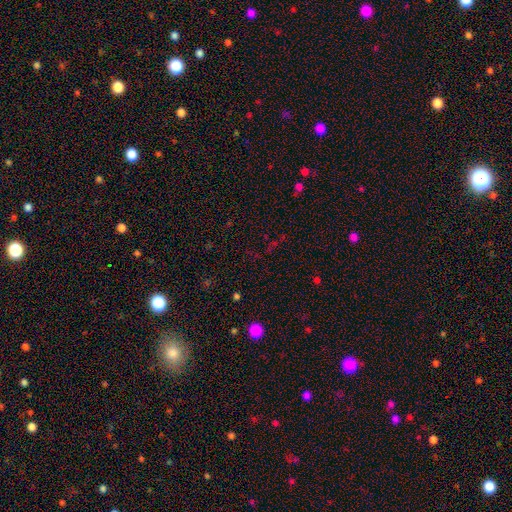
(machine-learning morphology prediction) star or artifact 63%, smooth 28%, featured or disk 9%.